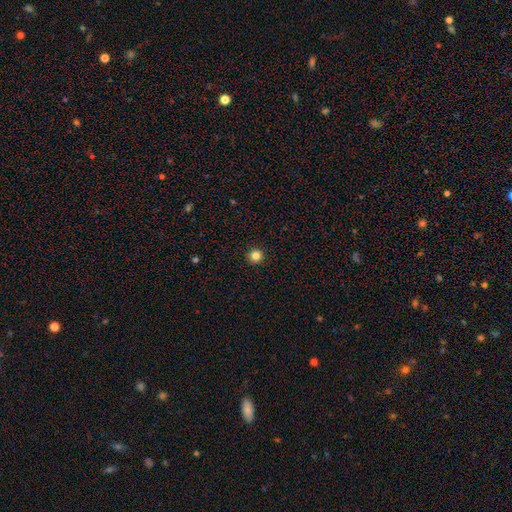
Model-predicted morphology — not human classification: A smooth galaxy with no disk features (83%) that is round (95%). Merging: none (94%).